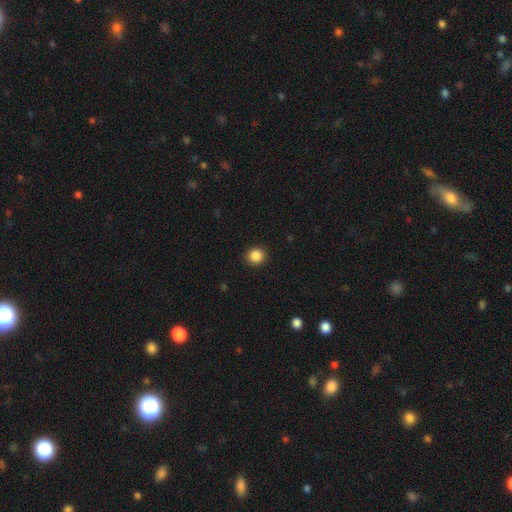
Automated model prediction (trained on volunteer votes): Smooth or featured: smooth — 87% (star or artifact — 10%)
How rounded: round — 91% (in between — 8%)
Merging: none — 92% (minor disturbance — 5%)